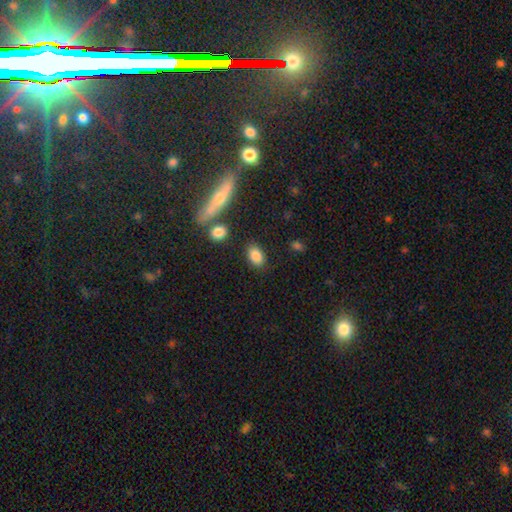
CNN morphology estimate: Smooth or featured?
  - smooth: 86% *
  - star or artifact: 8%
  - featured or disk: 6%
How rounded?
  - in between: 87% *
  - round: 11%
  - cigar-shaped: 2%
Merging?
  - none: 81% *
  - minor disturbance: 11%
  - merger: 4%
  - major disturbance: 3%